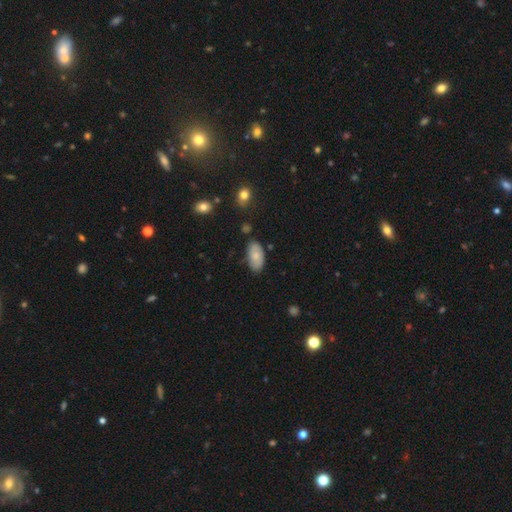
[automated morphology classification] A smooth galaxy with no disk features (76%) that is in between round and cigar-shaped (94%).

Vote fractions:
- Smooth or featured? smooth: 76% / featured or disk: 17% / star or artifact: 7%
- How rounded? in between: 94% / round: 3% / cigar-shaped: 3%
- Merging? none: 75% / minor disturbance: 19% / major disturbance: 3% / merger: 3%